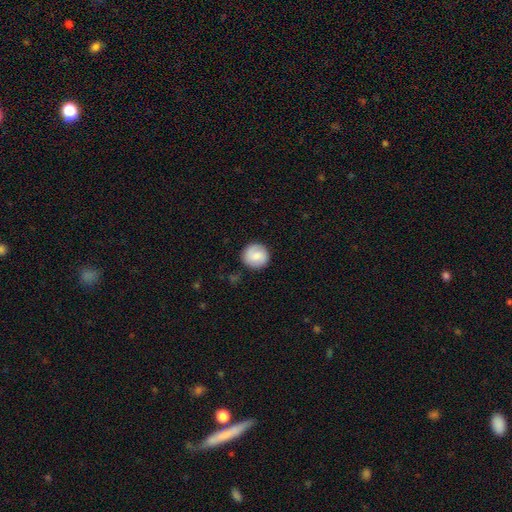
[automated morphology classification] This appears to be a smooth galaxy with no disk features (75%) that is round (93%). Merging: none (88%).